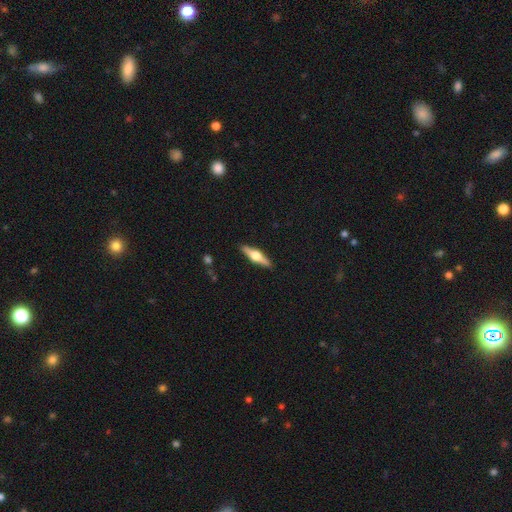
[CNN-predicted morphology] A featured or disk galaxy (64%) viewed edge-on (96%) with a rounded central bulge (94%).

Vote fractions:
- Smooth or featured? featured or disk: 64% / smooth: 30% / star or artifact: 5%
- Edge-on disk? yes: 96% / no: 4%
- Edge-on bulge? rounded: 94% / boxy: 5% / none: 2%
- Merging? none: 90% / minor disturbance: 7% / major disturbance: 2% / merger: 1%